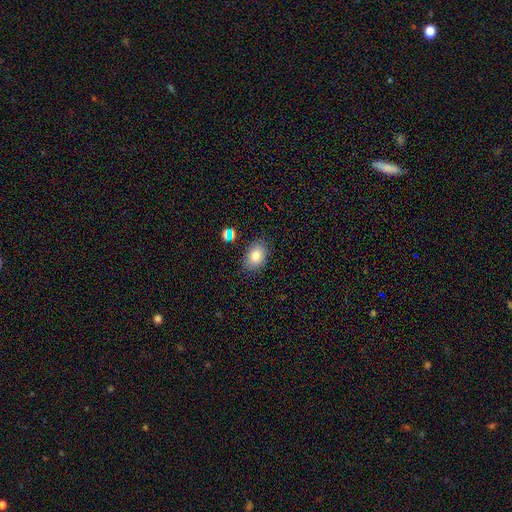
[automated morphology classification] A smooth galaxy with no disk features (80%) that is in between round and cigar-shaped (77%).

Vote fractions:
- Smooth or featured? smooth: 80% / star or artifact: 10% / featured or disk: 9%
- How rounded? in between: 77% / round: 22% / cigar-shaped: 1%
- Merging? none: 83% / minor disturbance: 11% / major disturbance: 3% / merger: 2%